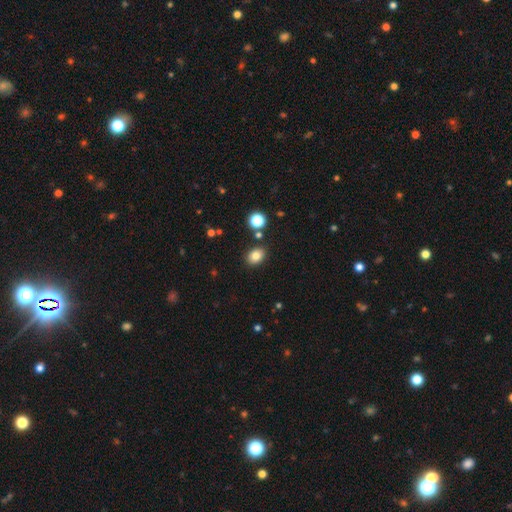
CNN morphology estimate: type=smooth (81%); roundness=in between (62%); merging=none (85%).